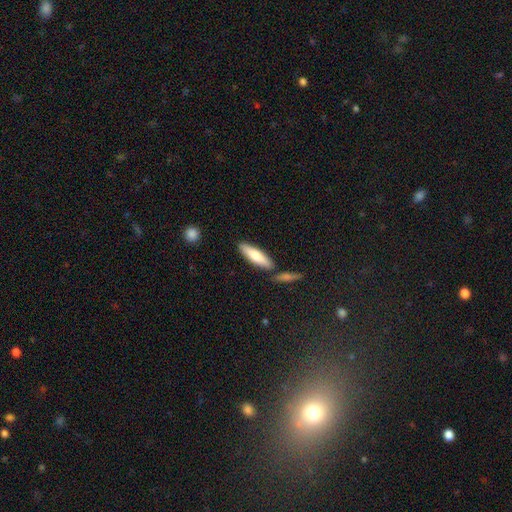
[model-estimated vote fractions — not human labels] Smooth or featured: smooth — 74% (featured or disk — 20%)
How rounded: cigar-shaped — 61% (in between — 37%)
Merging: none — 78% (minor disturbance — 10%)